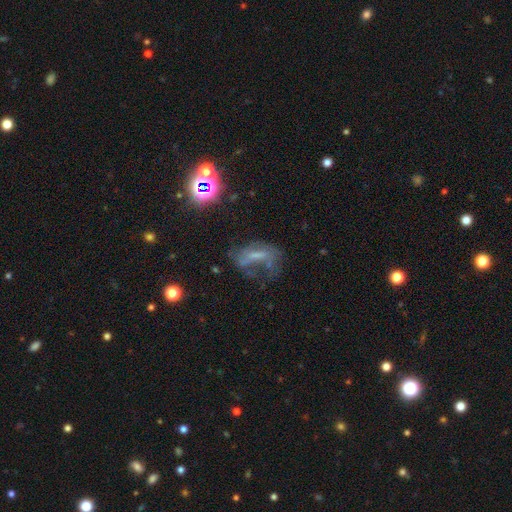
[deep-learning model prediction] This appears to be a featured or disk galaxy (48%). Merging: major disturbance (38%).